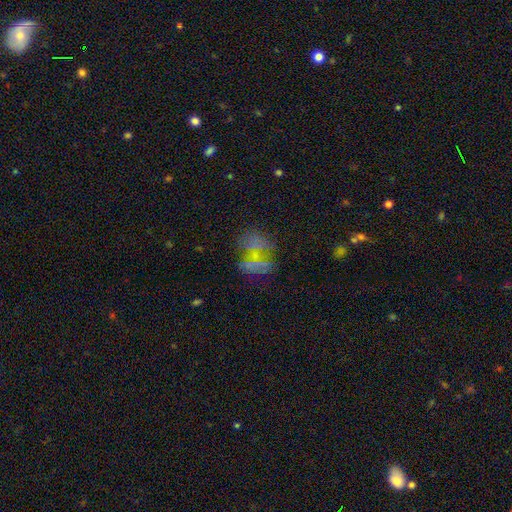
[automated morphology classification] Smooth or featured?
  - smooth: 41% *
  - star or artifact: 36%
  - featured or disk: 23%
Merging?
  - none: 58% *
  - minor disturbance: 18%
  - major disturbance: 13%
  - merger: 11%